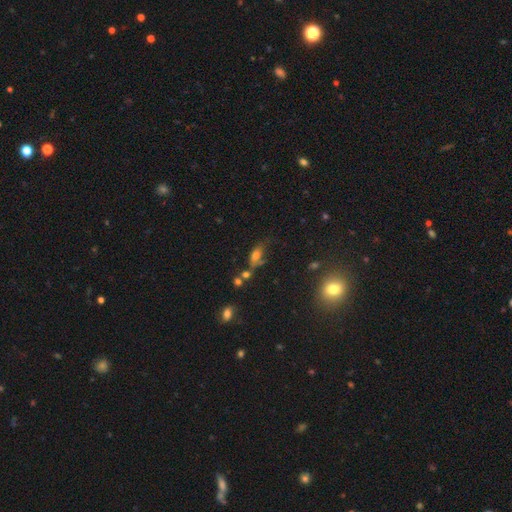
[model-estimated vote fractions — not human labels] Q: Smooth or featured?
A: smooth (57%); runner-up: featured or disk (25%)
Q: How rounded?
A: in between (76%); runner-up: cigar-shaped (15%)
Q: Merging?
A: none (41%); runner-up: minor disturbance (23%)